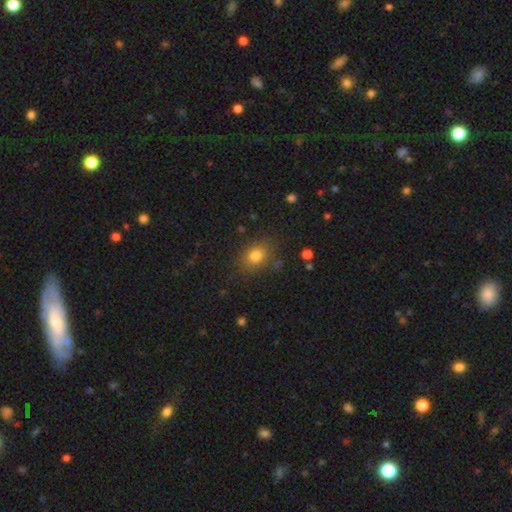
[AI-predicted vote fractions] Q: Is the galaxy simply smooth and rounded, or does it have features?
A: smooth — 79%.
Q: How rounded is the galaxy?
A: in between — 52%.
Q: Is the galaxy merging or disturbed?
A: none — 80%.